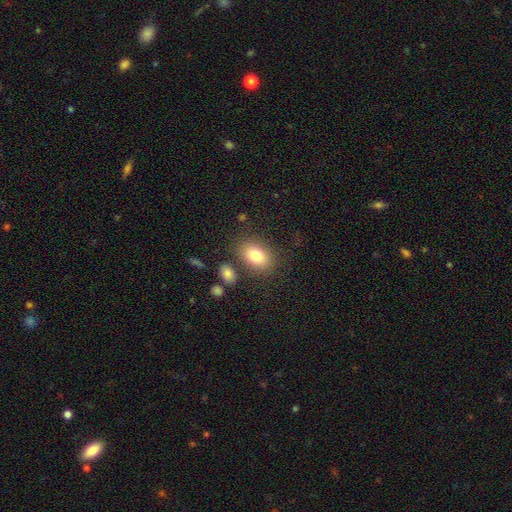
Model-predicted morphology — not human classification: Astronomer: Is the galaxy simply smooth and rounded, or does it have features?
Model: smooth — 81%.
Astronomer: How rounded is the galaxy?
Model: in between — 79%.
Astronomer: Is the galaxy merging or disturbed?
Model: none — 78%.